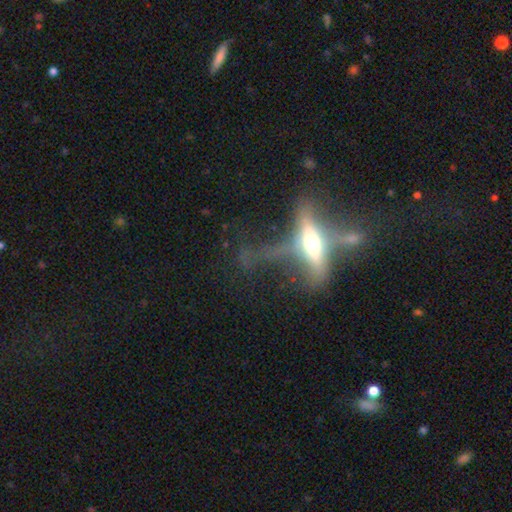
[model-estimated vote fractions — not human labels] Q: Smooth or featured?
A: featured or disk (71%); runner-up: smooth (18%)
Q: Edge-on disk?
A: yes (81%); runner-up: no (19%)
Q: Edge-on bulge?
A: rounded (93%); runner-up: boxy (4%)
Q: Merging?
A: none (34%); runner-up: major disturbance (30%)